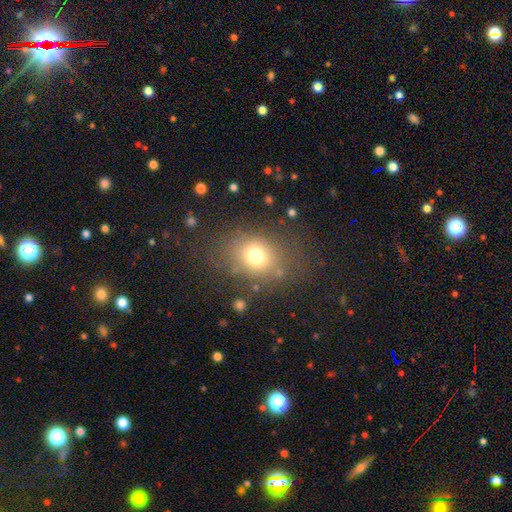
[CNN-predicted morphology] Q: Smooth or featured?
A: smooth (73%); runner-up: star or artifact (15%)
Q: How rounded?
A: round (53%); runner-up: in between (46%)
Q: Merging?
A: none (75%); runner-up: minor disturbance (14%)